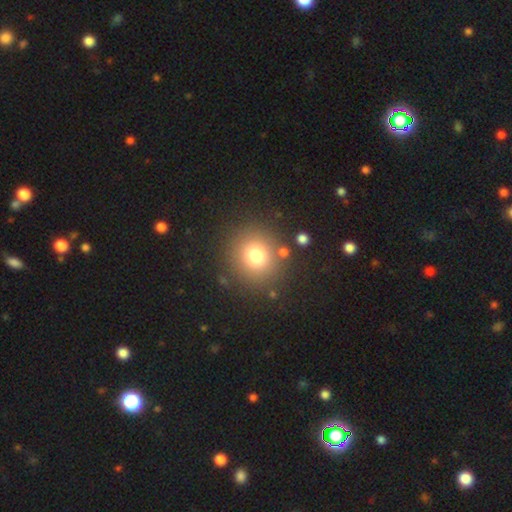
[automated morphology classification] Q: Smooth or featured?
A: smooth (75%); runner-up: star or artifact (16%)
Q: How rounded?
A: round (90%); runner-up: in between (9%)
Q: Merging?
A: none (85%); runner-up: minor disturbance (7%)